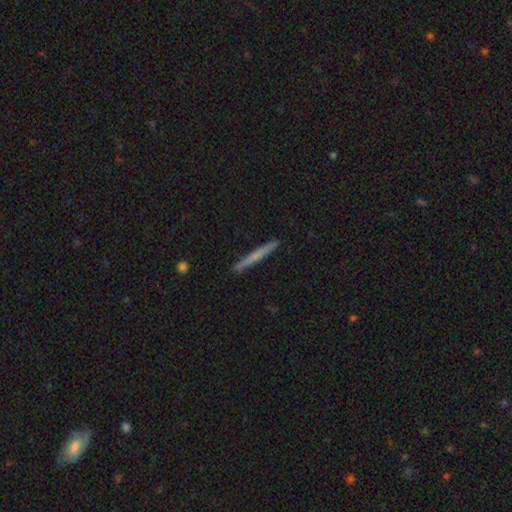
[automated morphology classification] Q: Smooth or featured?
A: smooth (57%); runner-up: featured or disk (37%)
Q: How rounded?
A: cigar-shaped (97%); runner-up: in between (2%)
Q: Merging?
A: none (91%); runner-up: minor disturbance (6%)